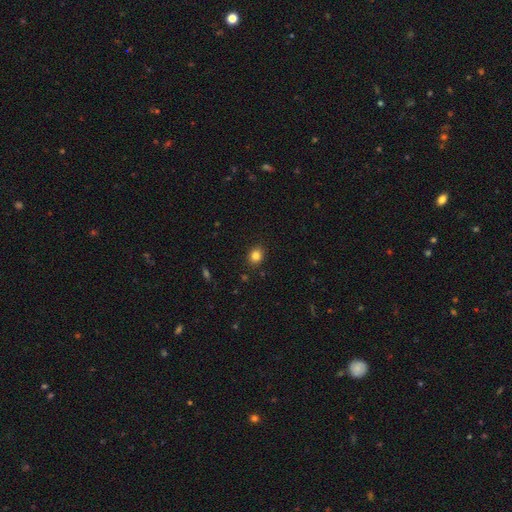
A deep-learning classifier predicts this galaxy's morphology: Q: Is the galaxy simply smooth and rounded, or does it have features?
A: smooth — 83%.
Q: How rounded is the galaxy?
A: round — 66%.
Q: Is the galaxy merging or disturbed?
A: none — 88%.